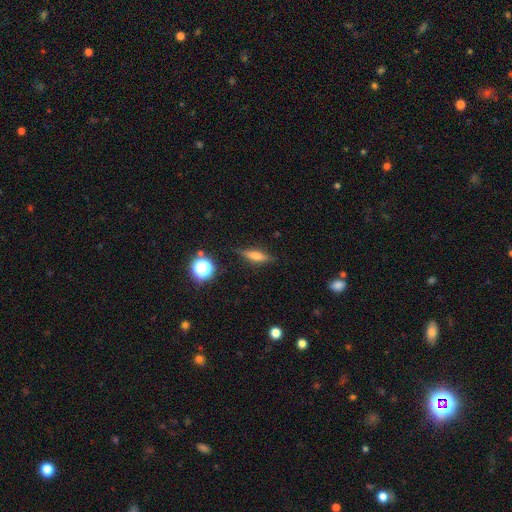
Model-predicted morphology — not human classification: smooth_or_featured: smooth (p=0.45) [alt: featured or disk p=0.43]
merging: none (p=0.84) [alt: minor disturbance p=0.11]